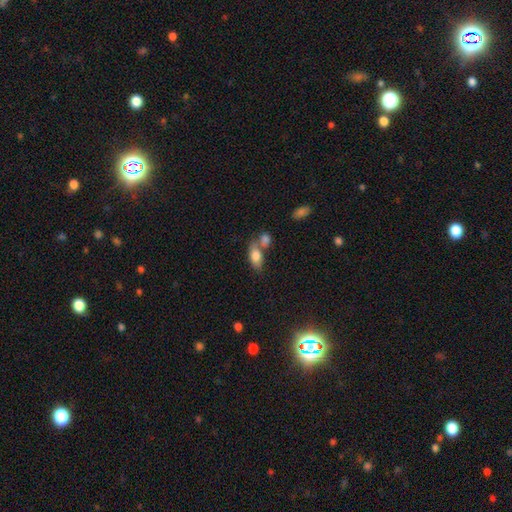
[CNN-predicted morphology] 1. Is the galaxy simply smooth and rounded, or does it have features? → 80% smooth, 12% featured or disk, 8% star or artifact.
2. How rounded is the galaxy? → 86% in between, 9% cigar-shaped, 5% round.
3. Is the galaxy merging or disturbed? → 43% none, 39% merger, 12% minor disturbance, 5% major disturbance.